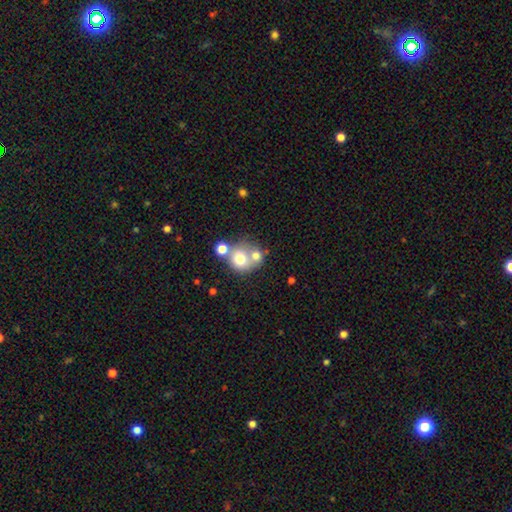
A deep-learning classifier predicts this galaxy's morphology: Smooth or featured?
  - smooth: 66% *
  - featured or disk: 22%
  - star or artifact: 12%
How rounded?
  - round: 78% *
  - in between: 21%
  - cigar-shaped: 1%
Merging?
  - merger: 51% *
  - none: 36%
  - minor disturbance: 8%
  - major disturbance: 5%